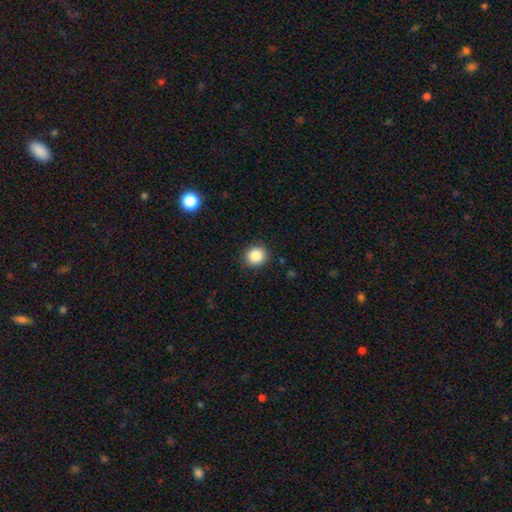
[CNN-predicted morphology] Smooth or featured? smooth (86%)
How rounded? round (85%)
Merging? none (89%)